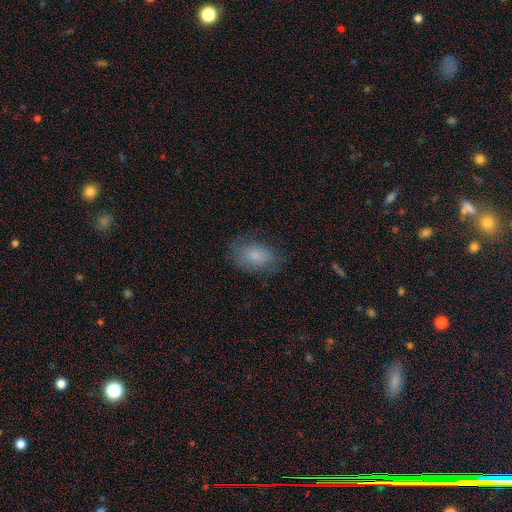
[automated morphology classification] This appears to be a smooth galaxy with no disk features (81%) that is in between round and cigar-shaped (87%). Merging: none (73%).